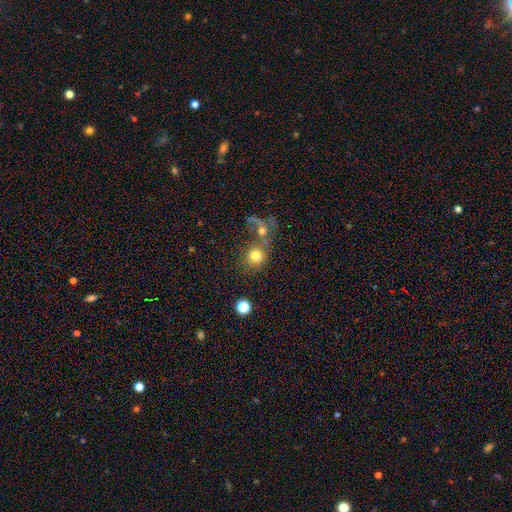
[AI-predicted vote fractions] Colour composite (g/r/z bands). It shows a smooth galaxy with no disk features (75%) that is round (82%). Merging: merger (45%).